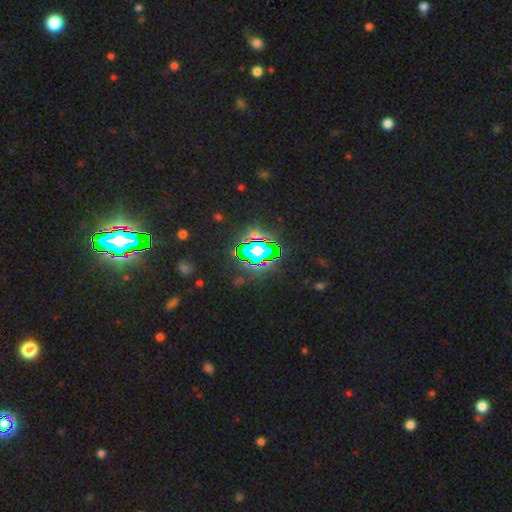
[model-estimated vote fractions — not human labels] Smooth or featured? star or artifact (84%)